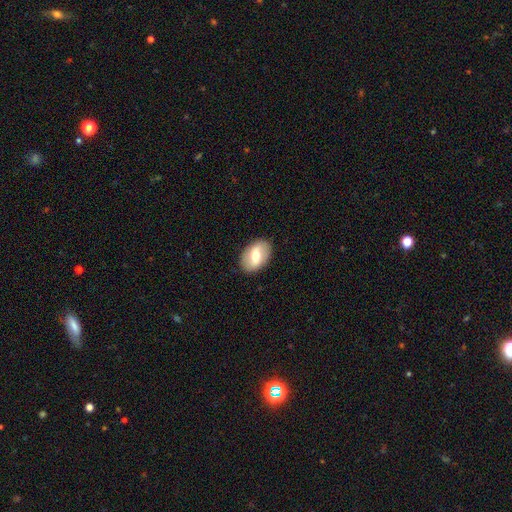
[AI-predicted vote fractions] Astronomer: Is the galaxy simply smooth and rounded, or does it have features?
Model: smooth — 55% (runner-up: featured or disk, 39%).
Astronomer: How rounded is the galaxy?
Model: in between — 86%.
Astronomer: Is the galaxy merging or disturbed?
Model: none — 88%.